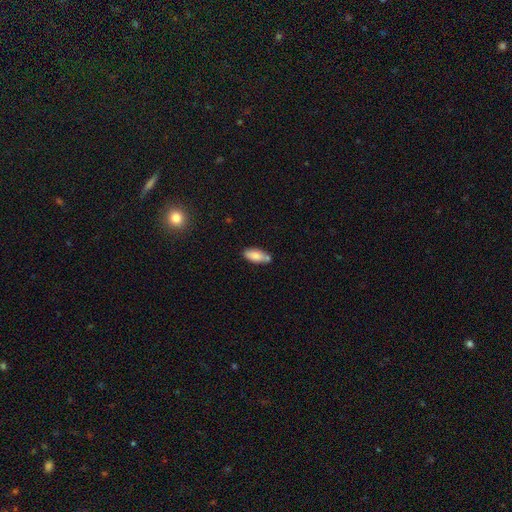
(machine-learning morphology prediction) Overall: smooth (82%). How rounded: in between (82%). Merging: none (61%).